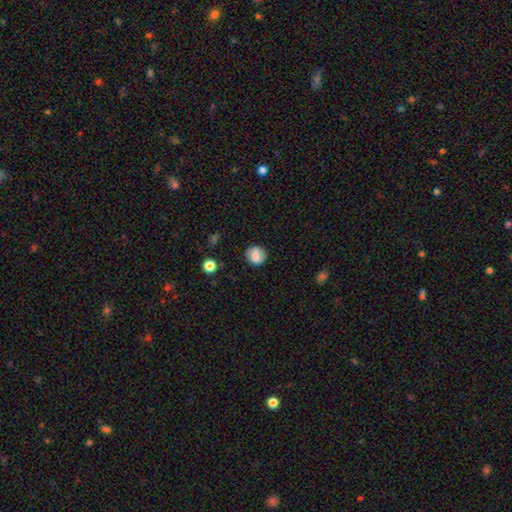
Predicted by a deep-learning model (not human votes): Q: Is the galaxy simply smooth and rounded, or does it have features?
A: smooth — 71%.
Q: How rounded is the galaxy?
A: round — 84%.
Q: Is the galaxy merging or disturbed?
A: none — 83%.